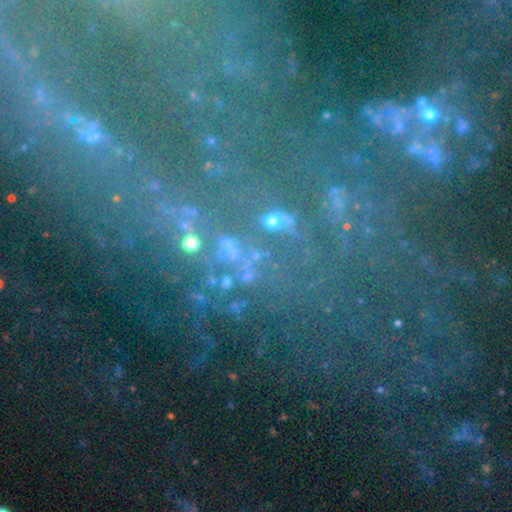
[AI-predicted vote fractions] This appears to be a star or artifact, not a galaxy (59%).